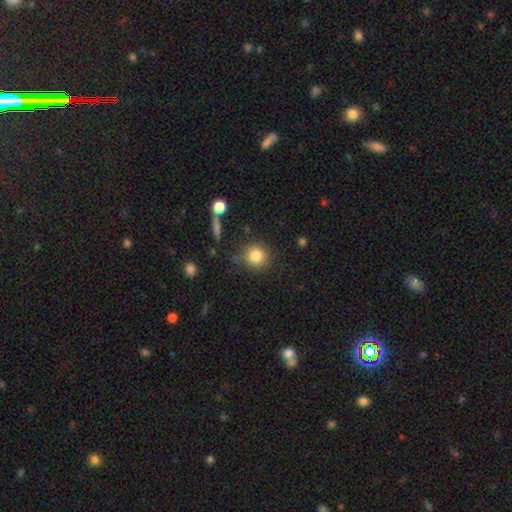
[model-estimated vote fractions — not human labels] smooth_or_featured: smooth (p=0.84) [alt: star or artifact p=0.10]
how_rounded: round (p=0.91) [alt: in between p=0.08]
merging: none (p=0.82) [alt: minor disturbance p=0.10]